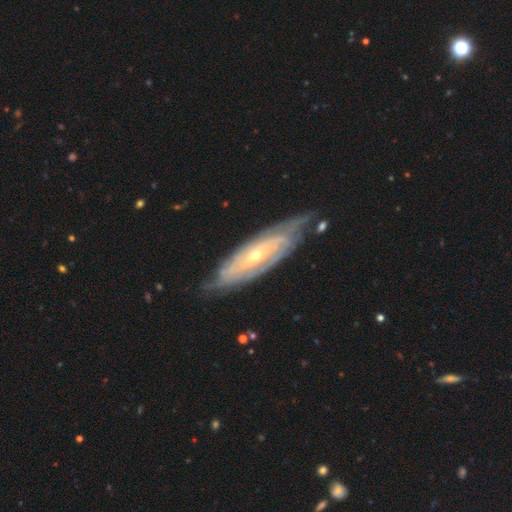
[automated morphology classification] smooth-or-featured: featured or disk: 85% | smooth: 10% | star or artifact: 5%
  disk-edge-on: no: 81% | yes: 19%
    bar: no: 57% | weak: 30% | strong: 13%
    has-spiral-arms: yes: 93% | no: 7%
      spiral-winding: tight: 74% | medium: 21% | loose: 5%
      spiral-arm-count: can't tell: 48% | 2: 21% | 3: 12% | 4: 10% | more than 4: 5% | 1: 4%
    bulge-size: small: 69% | moderate: 28% | large: 1% | none: 1% | dominant: 1%
  merging: none: 72% | minor disturbance: 20% | major disturbance: 6% | merger: 2%